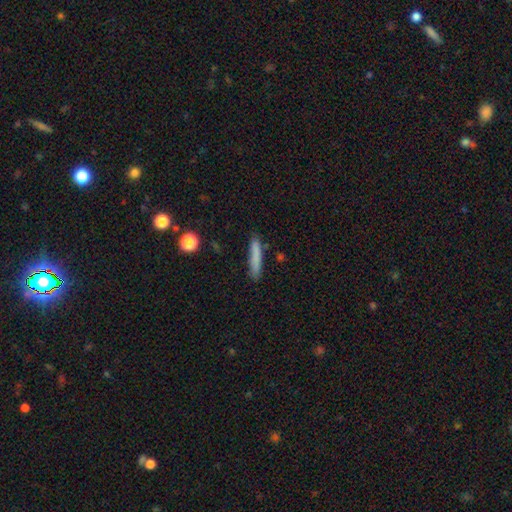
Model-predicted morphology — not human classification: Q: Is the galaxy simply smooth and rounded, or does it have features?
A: smooth — 80%.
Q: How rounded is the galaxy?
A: cigar-shaped — 91%.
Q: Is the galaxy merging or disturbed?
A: none — 84%.